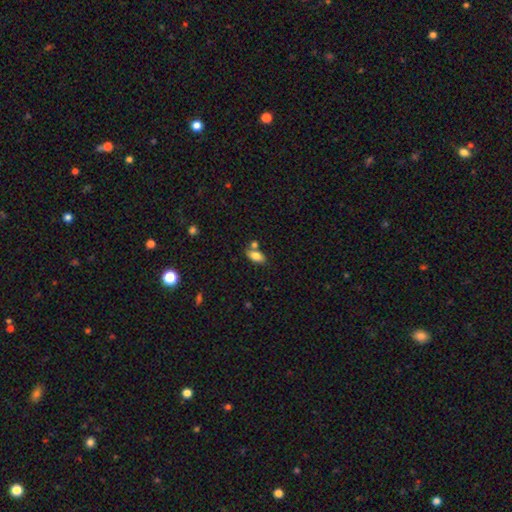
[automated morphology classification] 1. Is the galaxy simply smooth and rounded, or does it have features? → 80% smooth, 12% featured or disk, 8% star or artifact.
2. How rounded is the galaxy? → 89% in between, 7% cigar-shaped, 4% round.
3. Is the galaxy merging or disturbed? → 63% none, 20% merger, 13% minor disturbance, 3% major disturbance.